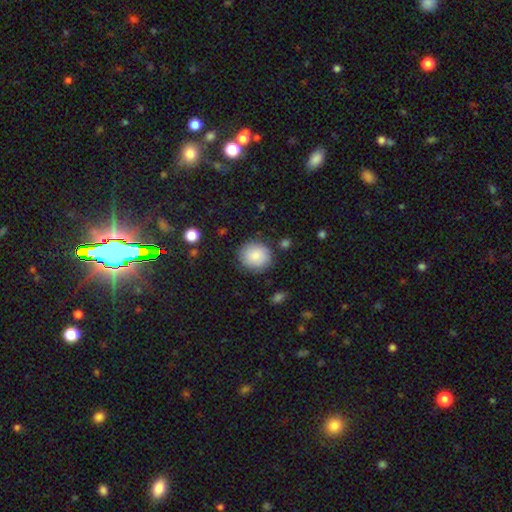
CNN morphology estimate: type=smooth (83%); roundness=round (85%); merging=none (83%).